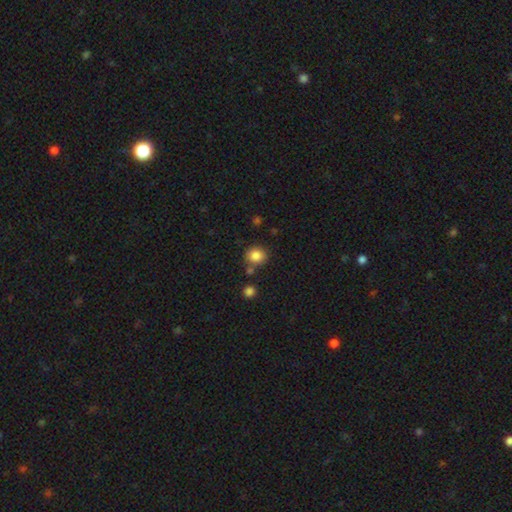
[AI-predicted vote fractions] smooth_or_featured: smooth (p=0.85) [alt: star or artifact p=0.10]
how_rounded: round (p=0.79) [alt: in between p=0.20]
merging: none (p=0.76) [alt: minor disturbance p=0.11]